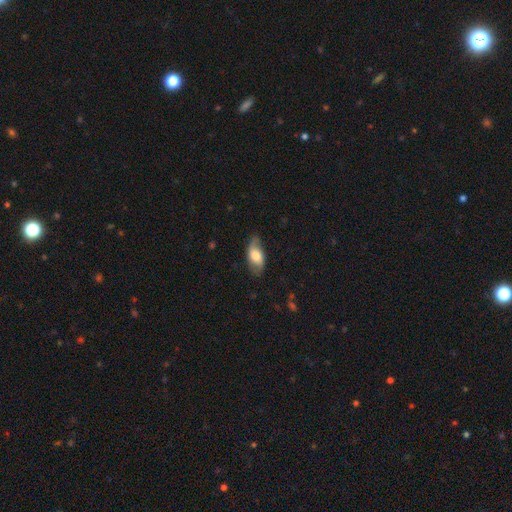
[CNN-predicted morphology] Smooth or featured? Predicted: smooth (p=0.63). How rounded? Predicted: in between (p=0.90). Merging? Predicted: none (p=0.65).